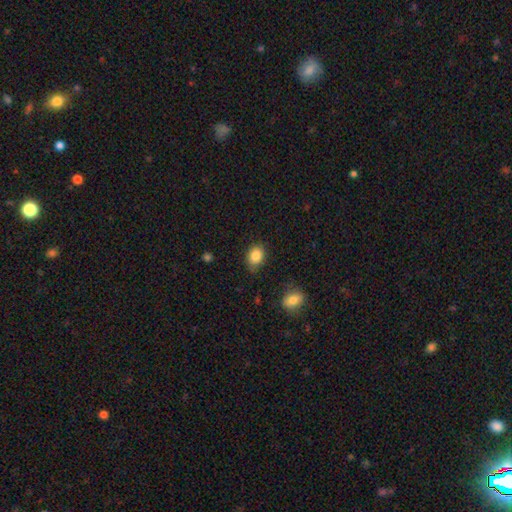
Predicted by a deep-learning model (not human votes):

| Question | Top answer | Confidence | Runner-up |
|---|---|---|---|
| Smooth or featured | smooth | 86% | star or artifact (9%) |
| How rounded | in between | 63% | round (36%) |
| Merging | none | 72% | minor disturbance (22%) |